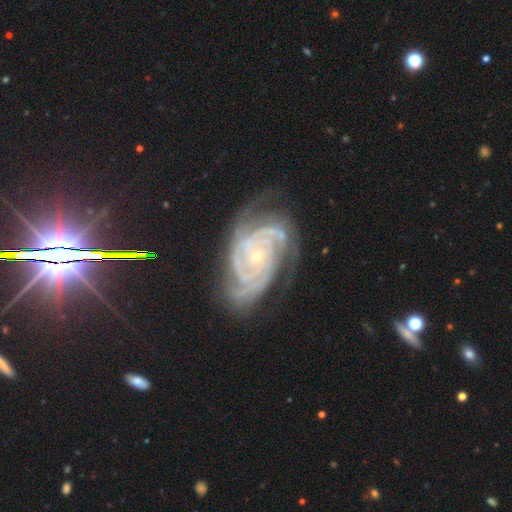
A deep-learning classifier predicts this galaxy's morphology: A featured or disk galaxy (91%) with no bar (74%), 3 (35%) tight (77%) spiral arms (99%) and a small central bulge (79%).

Vote fractions:
- Smooth or featured? featured or disk: 91% / star or artifact: 6% / smooth: 3%
- Edge-on disk? no: 97% / yes: 3%
- Bar? no: 74% / weak: 18% / strong: 8%
- Spiral arms? yes: 99% / no: 1%
- Spiral winding? tight: 77% / medium: 21% / loose: 3%
- Spiral arm count? 3: 35% / 4: 22% / 2: 17% / can't tell: 11% / more than 4: 8% / 1: 7%
- Bulge size? small: 79% / moderate: 18% / none: 1% / large: 1% / dominant: 1%
- Merging? none: 68% / minor disturbance: 21% / major disturbance: 9% / merger: 2%